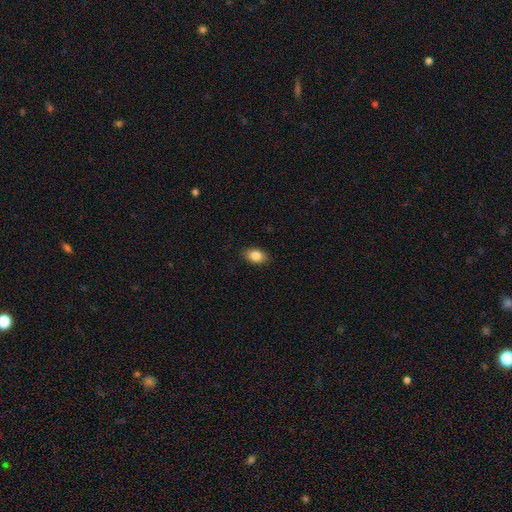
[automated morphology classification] Smooth or featured? Predicted: smooth (p=0.85). How rounded? Predicted: in between (p=0.85). Merging? Predicted: none (p=0.88).